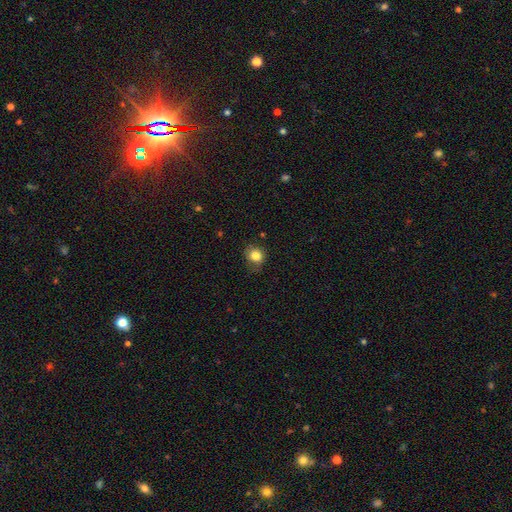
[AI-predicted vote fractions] The model was most divided on "merging": none: 71%, minor disturbance: 22%, major disturbance: 6%, merger: 1%. More confident: smooth or featured — smooth (82%); how rounded — round (79%).